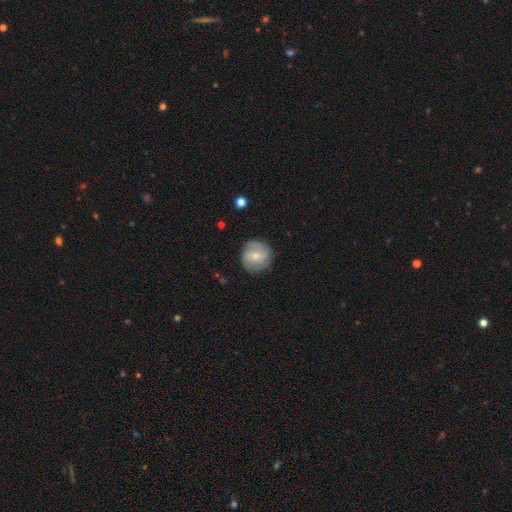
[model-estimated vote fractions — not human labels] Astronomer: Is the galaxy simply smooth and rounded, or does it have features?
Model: featured or disk — 52% (runner-up: smooth, 41%).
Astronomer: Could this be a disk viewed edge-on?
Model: no — 96%.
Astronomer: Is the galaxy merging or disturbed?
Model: none — 79%.